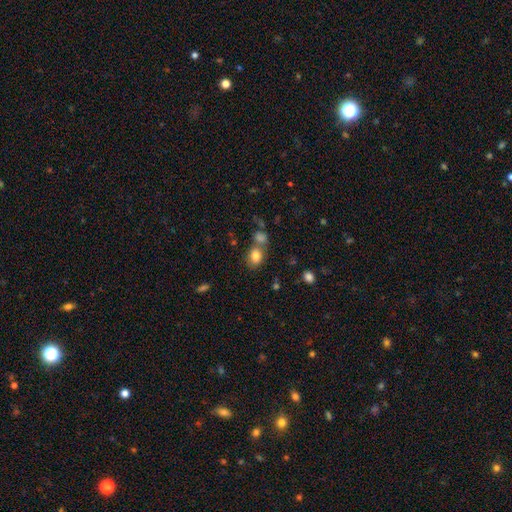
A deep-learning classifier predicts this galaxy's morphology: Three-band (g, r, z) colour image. It shows a smooth galaxy with no disk features (81%) that is in between round and cigar-shaped (63%). Merging: none (51%).